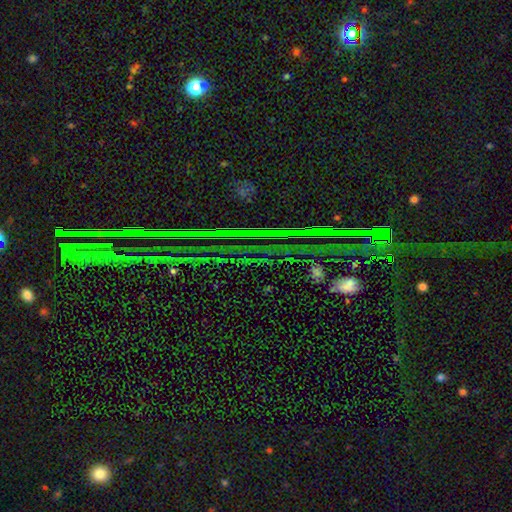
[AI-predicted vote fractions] Smooth or featured? star or artifact (78%)